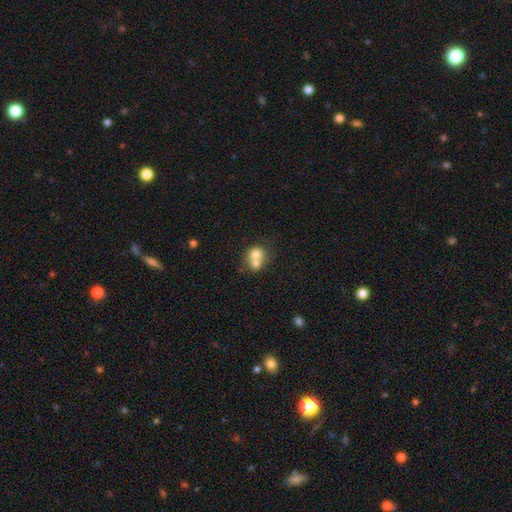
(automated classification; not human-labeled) smooth 70%, featured or disk 20%, star or artifact 10%. Down the decision tree: how rounded — round (74%); merging — merger (65%).